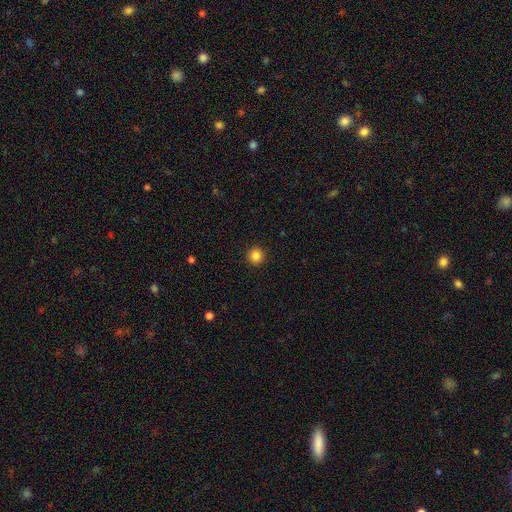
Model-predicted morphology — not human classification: Q: Smooth or featured?
A: smooth (85%); runner-up: star or artifact (11%)
Q: How rounded?
A: round (93%); runner-up: in between (6%)
Q: Merging?
A: none (93%); runner-up: minor disturbance (5%)